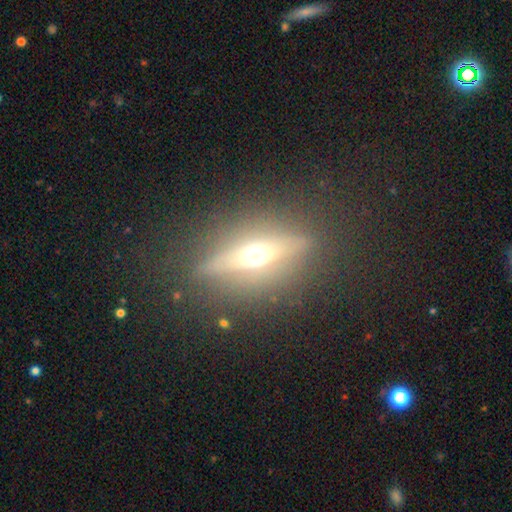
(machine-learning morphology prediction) Q: Smooth or featured?
A: featured or disk (62%); runner-up: smooth (26%)
Q: Edge-on disk?
A: yes (86%); runner-up: no (14%)
Q: Edge-on bulge?
A: rounded (94%); runner-up: boxy (3%)
Q: Merging?
A: none (82%); runner-up: minor disturbance (11%)